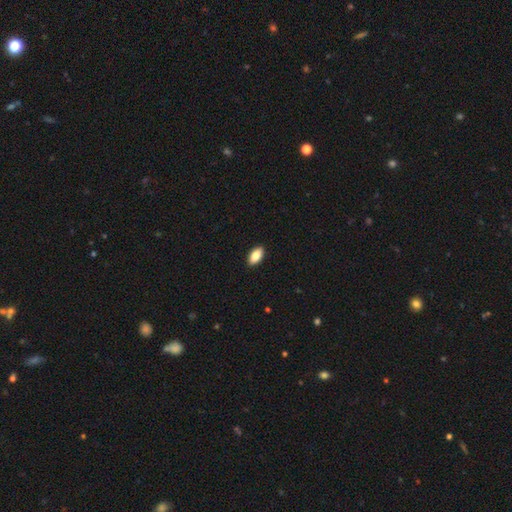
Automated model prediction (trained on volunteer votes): The model was most divided on "smooth or featured": smooth: 84%, featured or disk: 9%, star or artifact: 7%. More confident: merging — none (90%); how rounded — in between (90%).